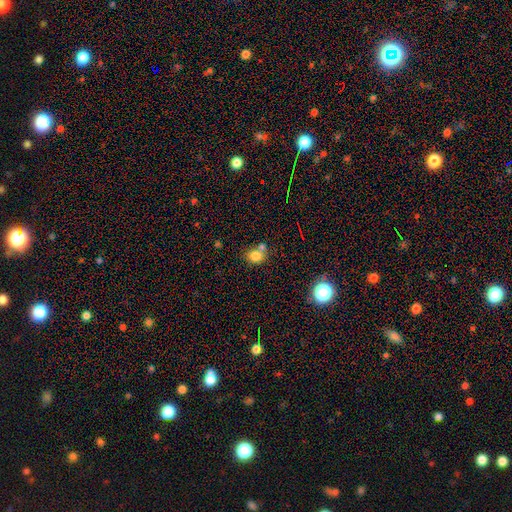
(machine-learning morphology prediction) This is likely a smooth galaxy (79%). How rounded: likely round (72%). Merging: possibly none (54%).